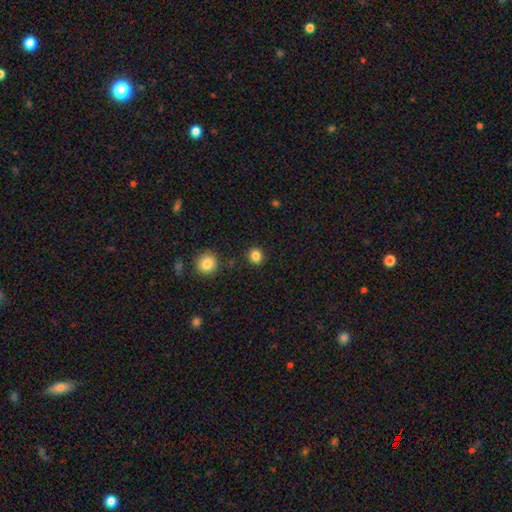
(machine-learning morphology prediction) Q: Smooth or featured?
A: smooth (84%); runner-up: star or artifact (12%)
Q: How rounded?
A: round (84%); runner-up: in between (15%)
Q: Merging?
A: none (89%); runner-up: minor disturbance (6%)